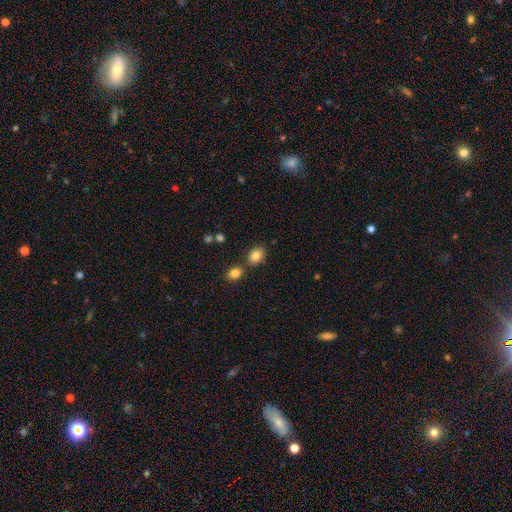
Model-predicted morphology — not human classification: A smooth galaxy with no disk features (85%) that is in between round and cigar-shaped (73%).

Vote fractions:
- Smooth or featured? smooth: 85% / star or artifact: 9% / featured or disk: 6%
- How rounded? in between: 73% / round: 25% / cigar-shaped: 1%
- Merging? none: 70% / merger: 16% / minor disturbance: 11% / major disturbance: 3%